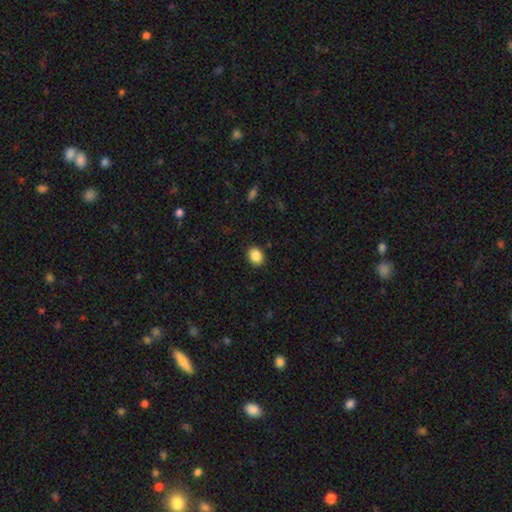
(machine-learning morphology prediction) Smooth or featured? Predicted: smooth (p=0.88). How rounded? Predicted: round (p=0.50). Merging? Predicted: none (p=0.89).